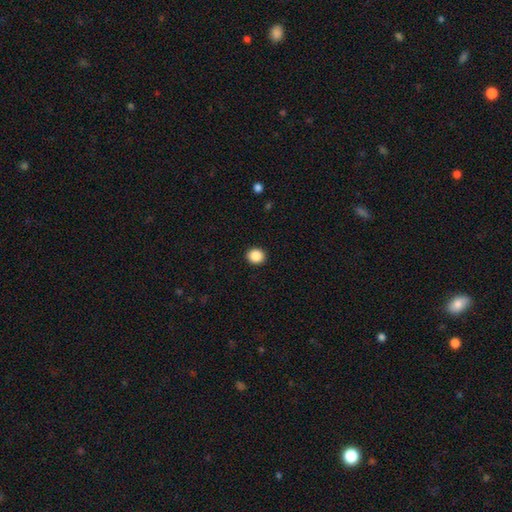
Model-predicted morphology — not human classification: This appears to be a smooth galaxy with no disk features (88%) that is round (85%). Merging: none (93%).